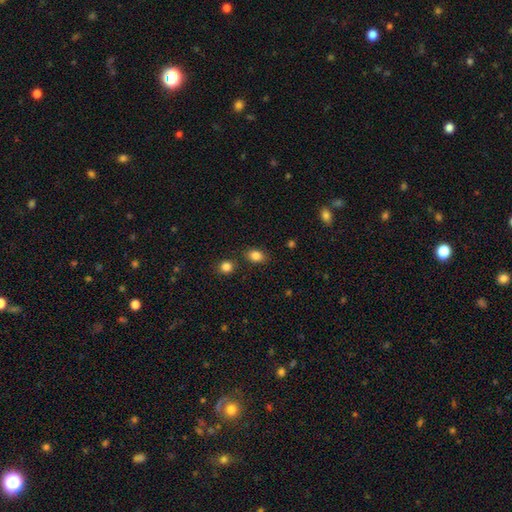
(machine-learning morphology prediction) This is clearly a smooth galaxy (84%). How rounded: likely in between (73%). Merging: clearly none (82%).